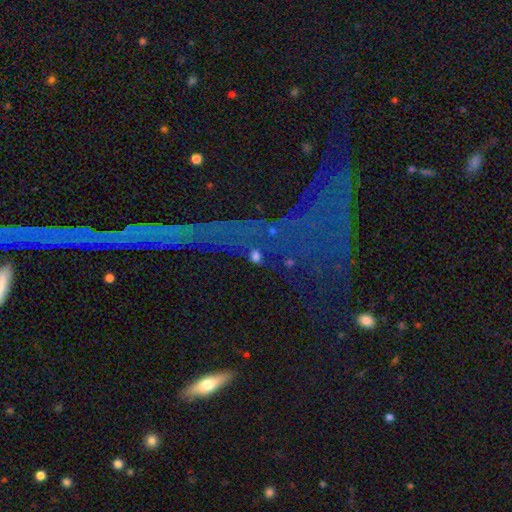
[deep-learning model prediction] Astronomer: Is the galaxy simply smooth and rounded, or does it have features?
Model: smooth — 46% (runner-up: star or artifact, 42%).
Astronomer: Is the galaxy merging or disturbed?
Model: none — 67%.